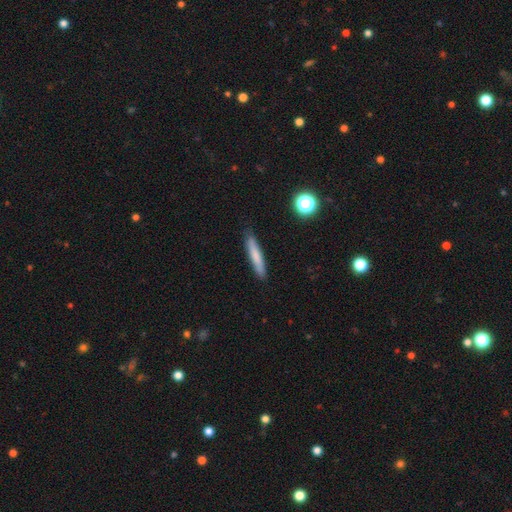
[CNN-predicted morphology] Smooth or featured: smooth — 75% (featured or disk — 18%)
How rounded: cigar-shaped — 92% (in between — 7%)
Merging: none — 88% (minor disturbance — 9%)